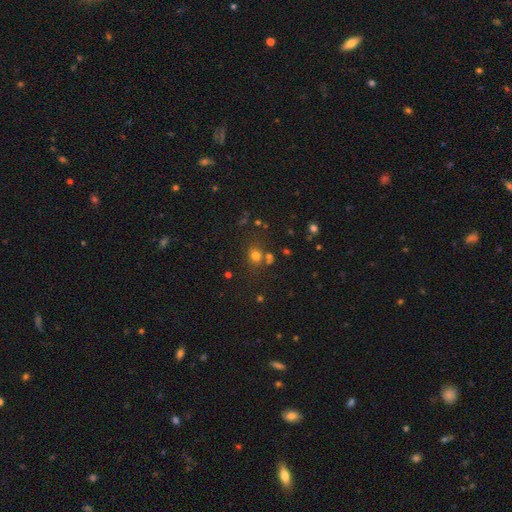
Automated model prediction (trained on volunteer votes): Smooth or featured? smooth (71%)
How rounded? round (78%)
Merging? none (68%)